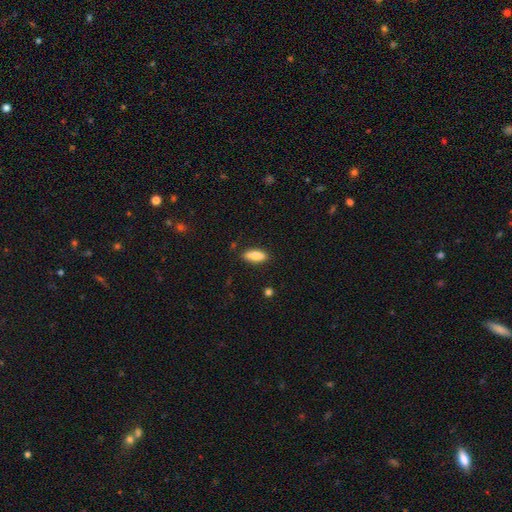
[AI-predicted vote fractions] Smooth or featured?
  - smooth: 81% *
  - featured or disk: 13%
  - star or artifact: 7%
How rounded?
  - in between: 73% *
  - cigar-shaped: 24%
  - round: 2%
Merging?
  - none: 84% *
  - minor disturbance: 12%
  - major disturbance: 2%
  - merger: 2%